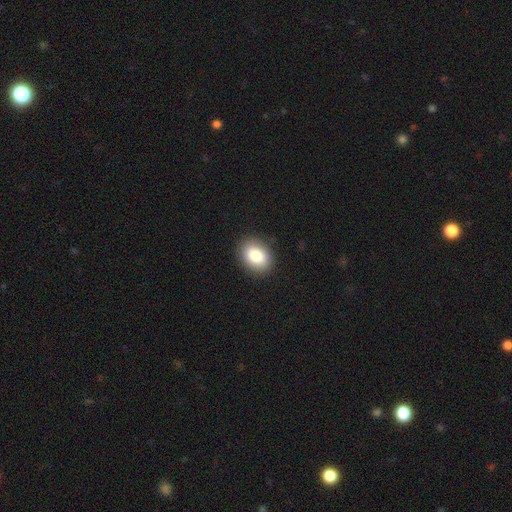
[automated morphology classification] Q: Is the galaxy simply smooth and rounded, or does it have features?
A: smooth — 86%.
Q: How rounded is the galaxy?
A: in between — 68%.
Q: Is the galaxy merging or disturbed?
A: none — 88%.